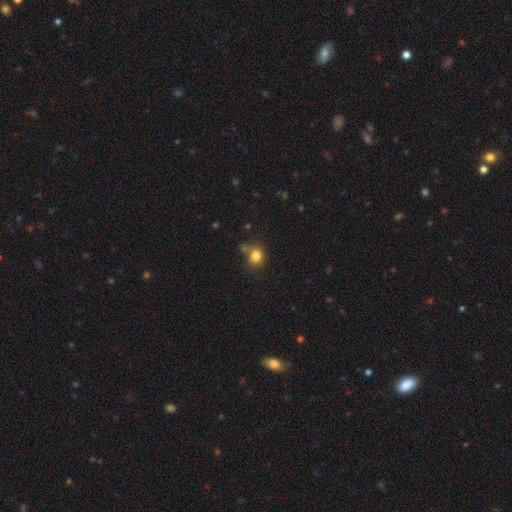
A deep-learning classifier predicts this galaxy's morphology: Overall: smooth (81%). How rounded: round (76%). Merging: none (67%).